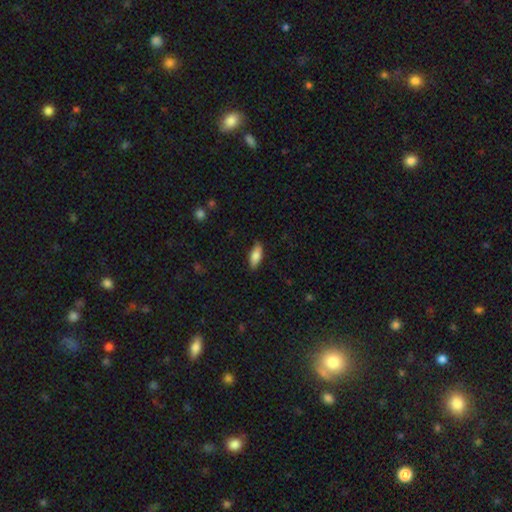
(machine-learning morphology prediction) This is clearly a smooth galaxy (82%). How rounded: likely in between (76%). Merging: clearly none (86%).